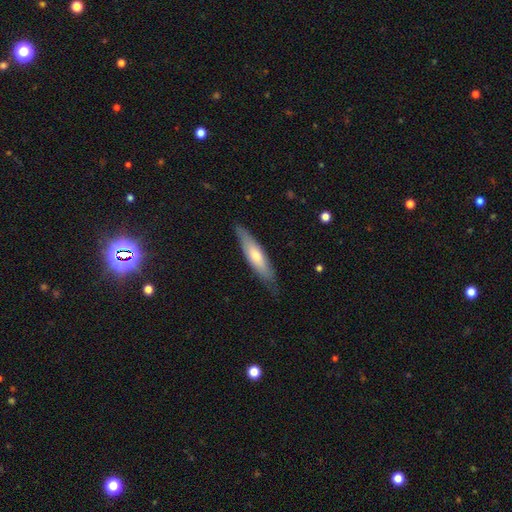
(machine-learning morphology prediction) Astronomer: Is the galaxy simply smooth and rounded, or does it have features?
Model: smooth — 59% (runner-up: featured or disk, 36%).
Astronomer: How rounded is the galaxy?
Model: cigar-shaped — 75%.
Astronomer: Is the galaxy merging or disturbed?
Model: none — 79%.